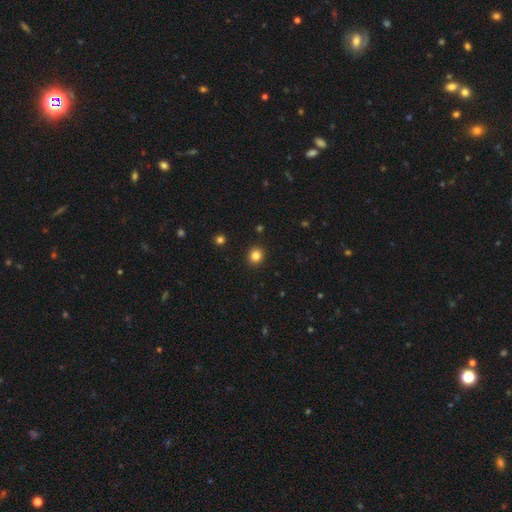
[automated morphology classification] smooth-or-featured: smooth: 84% | star or artifact: 12% | featured or disk: 5%
  how-rounded: round: 84% | in between: 15% | cigar-shaped: 1%
  merging: none: 92% | minor disturbance: 5% | major disturbance: 2% | merger: 1%